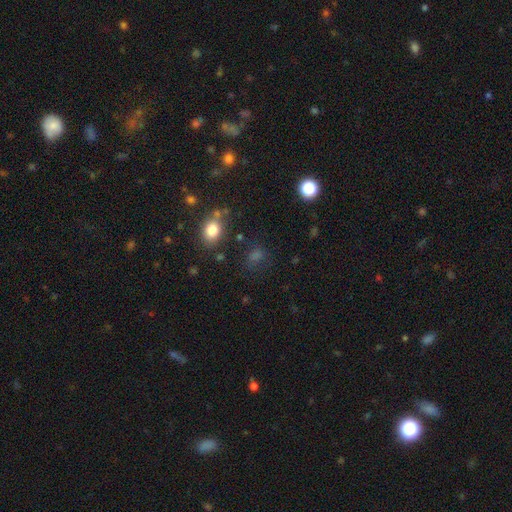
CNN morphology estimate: Smooth or featured?
  - smooth: 62% *
  - star or artifact: 30%
  - featured or disk: 8%
How rounded?
  - round: 51% *
  - in between: 47%
  - cigar-shaped: 2%
Merging?
  - none: 73% *
  - minor disturbance: 14%
  - major disturbance: 7%
  - merger: 5%